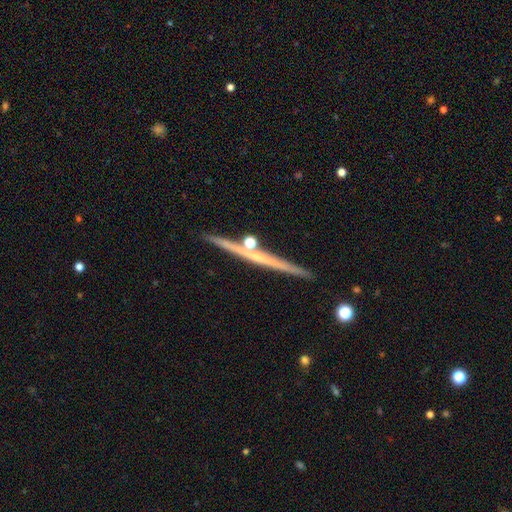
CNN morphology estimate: Smooth or featured? Predicted: featured or disk (p=0.69). Edge-on disk? Predicted: yes (p=0.98). Edge-on bulge? Predicted: none (p=0.66). Merging? Predicted: none (p=0.86).